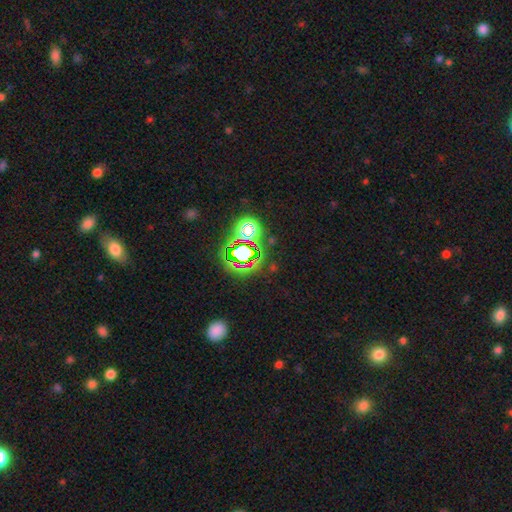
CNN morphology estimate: smooth-or-featured: star or artifact: 76% | smooth: 16% | featured or disk: 8%